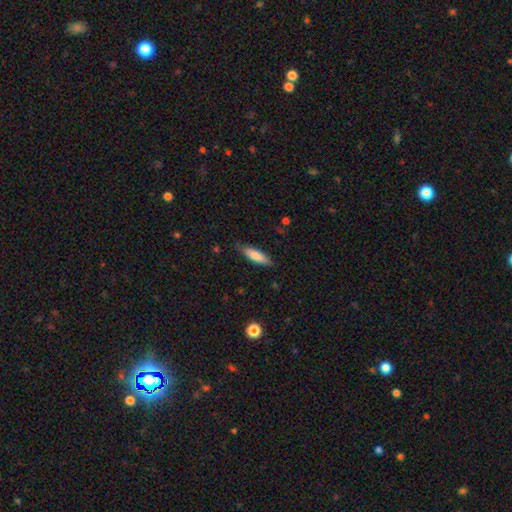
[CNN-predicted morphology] Overall: smooth (80%). How rounded: cigar-shaped (59%; in between 39%). Merging: none (81%).